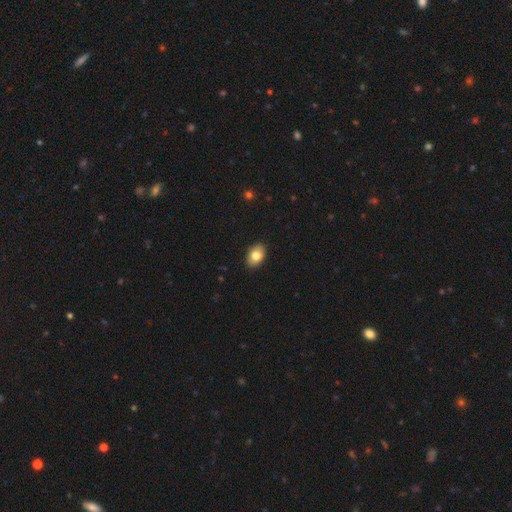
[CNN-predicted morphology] smooth 82%, featured or disk 10%, star or artifact 8%. Down the decision tree: how rounded — in between (85%); merging — none (89%).